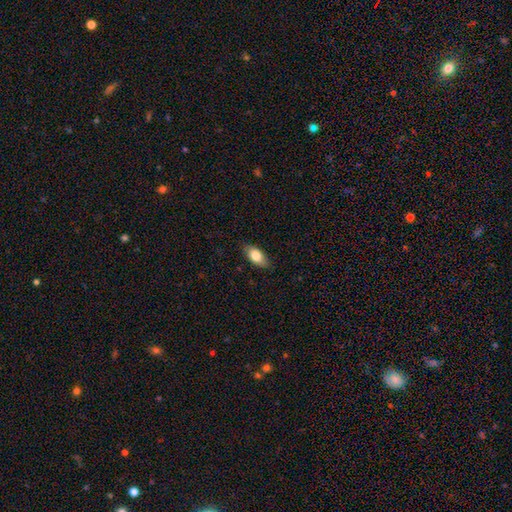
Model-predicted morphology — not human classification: Smooth or featured: smooth — 80% (featured or disk — 14%)
How rounded: in between — 89% (cigar-shaped — 7%)
Merging: none — 84% (minor disturbance — 13%)